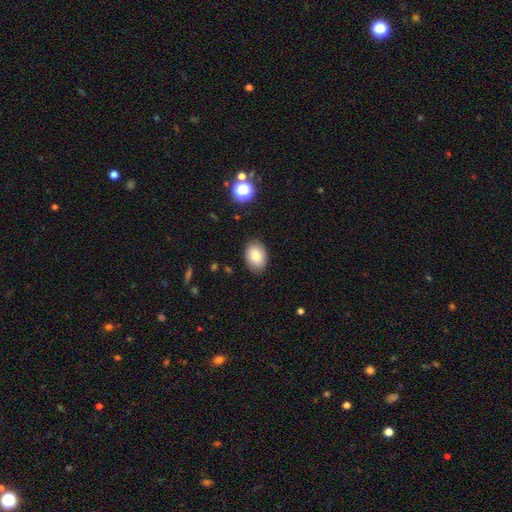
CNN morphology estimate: type=smooth (81%); roundness=in between (82%); merging=none (86%).